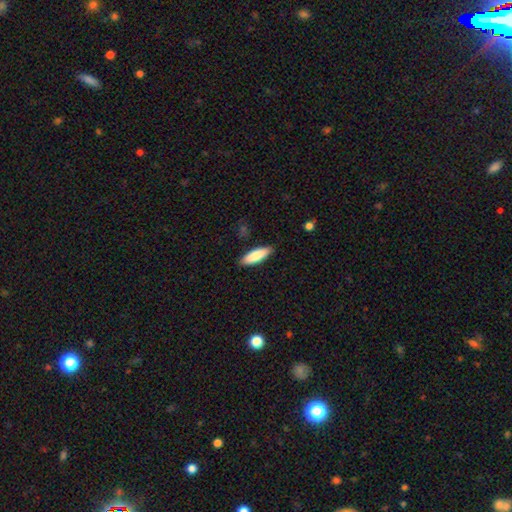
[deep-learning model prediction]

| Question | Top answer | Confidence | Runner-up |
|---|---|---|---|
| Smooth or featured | smooth | 84% | featured or disk (11%) |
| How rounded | cigar-shaped | 50% | in between (48%) |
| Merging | none | 87% | minor disturbance (10%) |